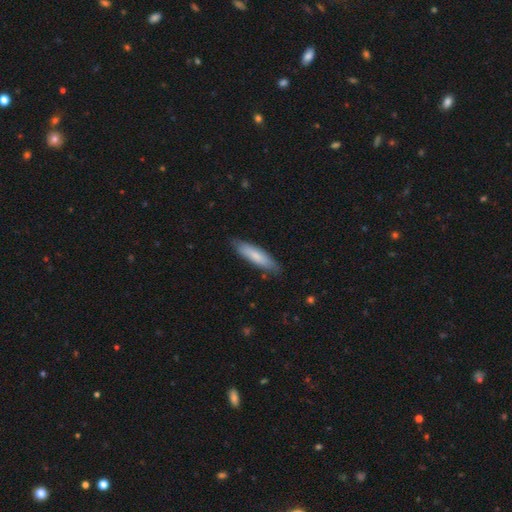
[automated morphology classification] Overall: smooth (77%). How rounded: cigar-shaped (72%). Merging: none (85%).